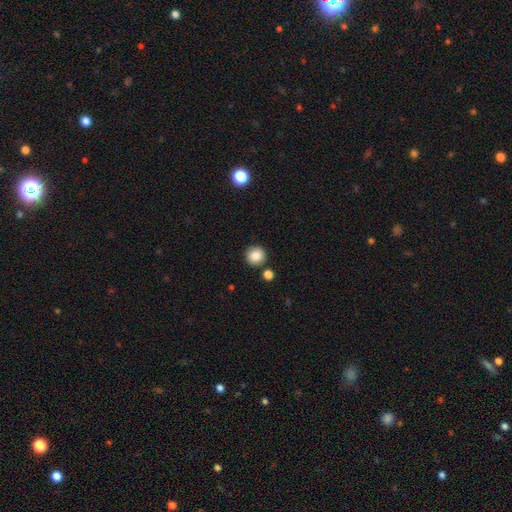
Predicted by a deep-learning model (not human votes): A smooth galaxy with no disk features (85%) that is round (94%).

Vote fractions:
- Smooth or featured? smooth: 85% / star or artifact: 10% / featured or disk: 5%
- How rounded? round: 94% / in between: 5% / cigar-shaped: 1%
- Merging? none: 86% / minor disturbance: 6% / merger: 5% / major disturbance: 2%